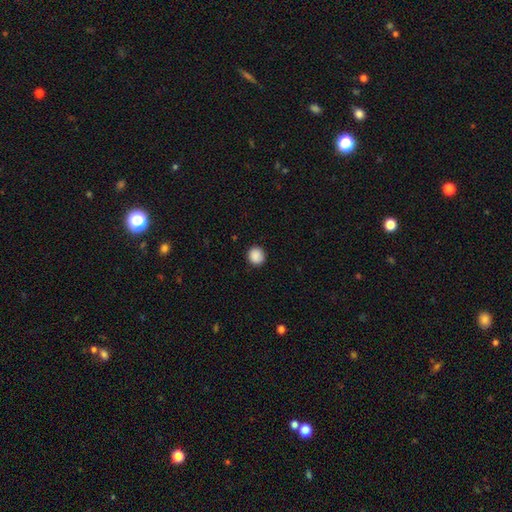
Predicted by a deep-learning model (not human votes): Q: Smooth or featured?
A: smooth (89%); runner-up: star or artifact (8%)
Q: How rounded?
A: round (89%); runner-up: in between (10%)
Q: Merging?
A: none (91%); runner-up: minor disturbance (7%)